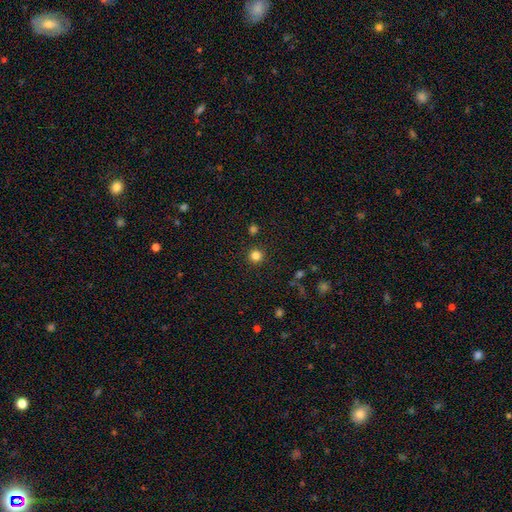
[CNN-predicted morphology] The model was most divided on "smooth or featured": smooth: 82%, star or artifact: 14%, featured or disk: 4%. More confident: how rounded — round (95%); merging — none (91%).